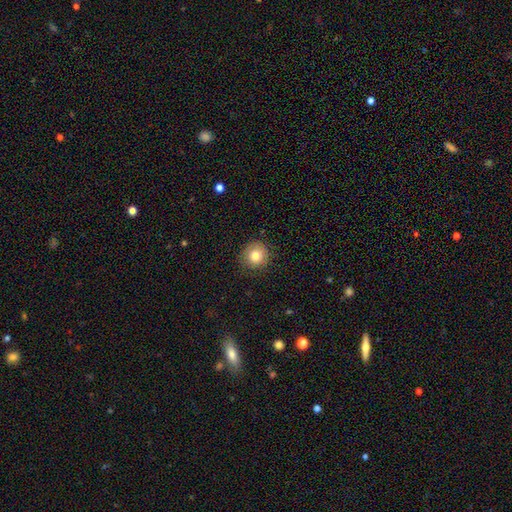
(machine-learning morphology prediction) Smooth or featured: smooth — 80% (star or artifact — 10%)
How rounded: round — 92% (in between — 7%)
Merging: none — 84% (minor disturbance — 11%)